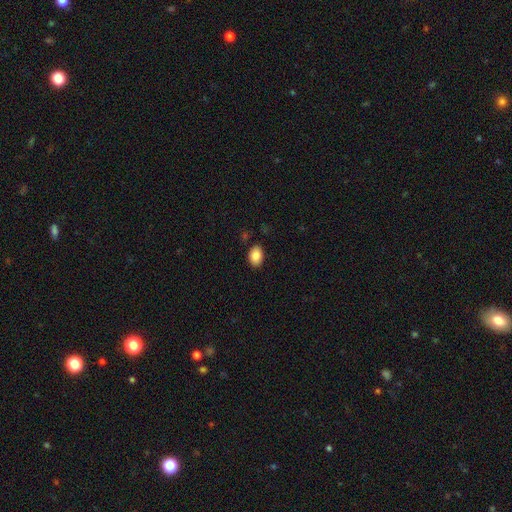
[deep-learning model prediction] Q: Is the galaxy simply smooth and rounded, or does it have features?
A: smooth — 87%.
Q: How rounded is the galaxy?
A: in between — 82%.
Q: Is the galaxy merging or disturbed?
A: none — 86%.